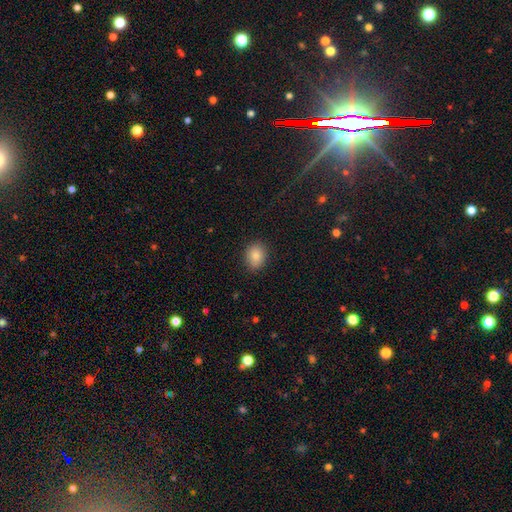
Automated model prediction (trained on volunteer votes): smooth-or-featured: smooth: 86% | star or artifact: 9% | featured or disk: 5%
  how-rounded: round: 52% | in between: 47% | cigar-shaped: 1%
  merging: none: 87% | minor disturbance: 10% | major disturbance: 3% | merger: 1%